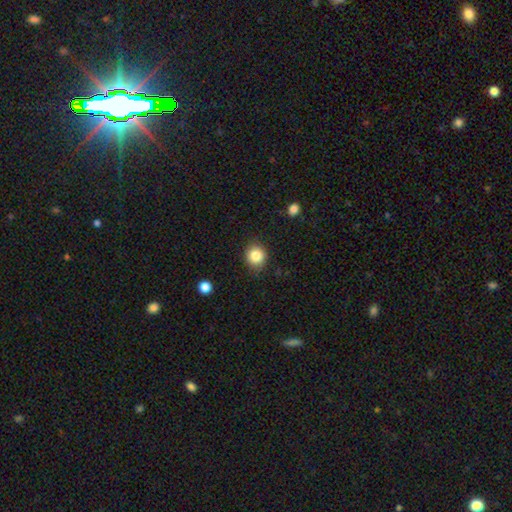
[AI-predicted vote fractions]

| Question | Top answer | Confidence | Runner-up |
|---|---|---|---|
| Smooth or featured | smooth | 85% | star or artifact (10%) |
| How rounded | round | 84% | in between (15%) |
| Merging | none | 87% | minor disturbance (10%) |